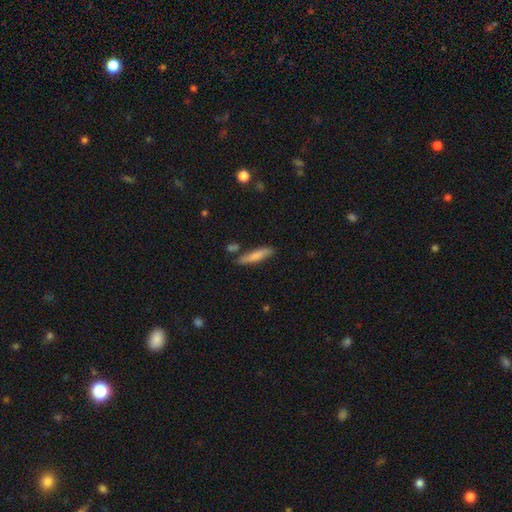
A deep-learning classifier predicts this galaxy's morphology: smooth-or-featured: smooth: 75% | featured or disk: 19% | star or artifact: 6%
  how-rounded: cigar-shaped: 82% | in between: 16% | round: 2%
  merging: none: 75% | minor disturbance: 16% | merger: 6% | major disturbance: 3%